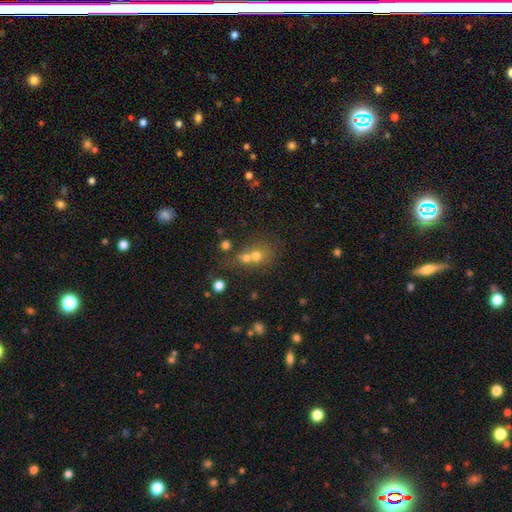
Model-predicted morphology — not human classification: Smooth or featured? smooth (65%)
How rounded? round (75%)
Merging? merger (55%)